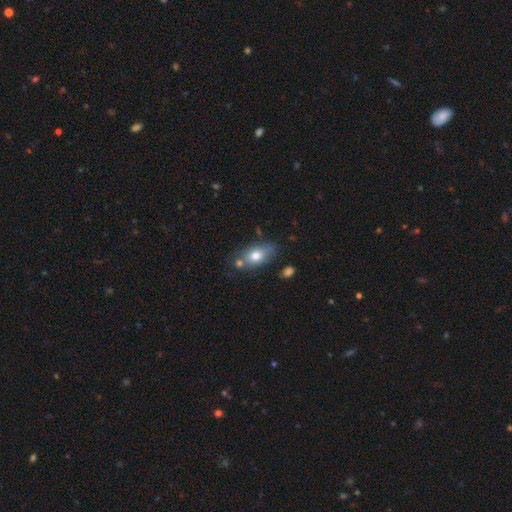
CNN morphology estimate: This appears to be a smooth galaxy with no disk features (74%) that is in between round and cigar-shaped (86%). Merging: none (61%).